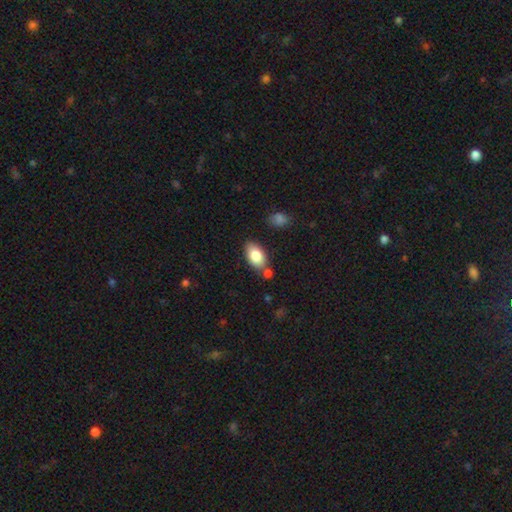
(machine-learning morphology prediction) A smooth galaxy with no disk features (83%) that is in between round and cigar-shaped (93%).

Vote fractions:
- Smooth or featured? smooth: 83% / featured or disk: 10% / star or artifact: 7%
- How rounded? in between: 93% / round: 5% / cigar-shaped: 2%
- Merging? none: 70% / minor disturbance: 14% / merger: 12% / major disturbance: 3%